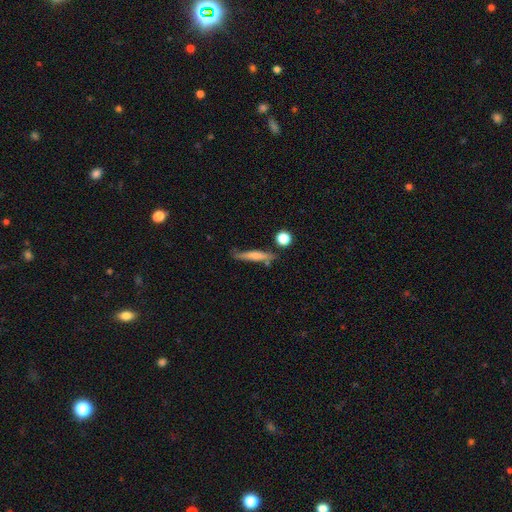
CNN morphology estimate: Smooth or featured? smooth (60%)
How rounded? cigar-shaped (87%)
Merging? none (70%)